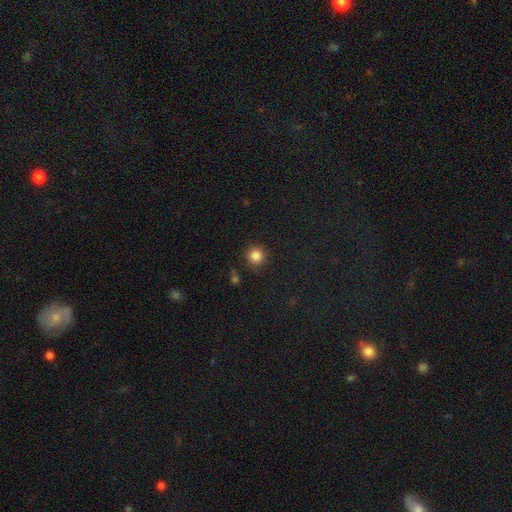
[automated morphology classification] The model was most divided on "smooth or featured": smooth: 85%, star or artifact: 11%, featured or disk: 4%. More confident: how rounded — round (94%); merging — none (88%).